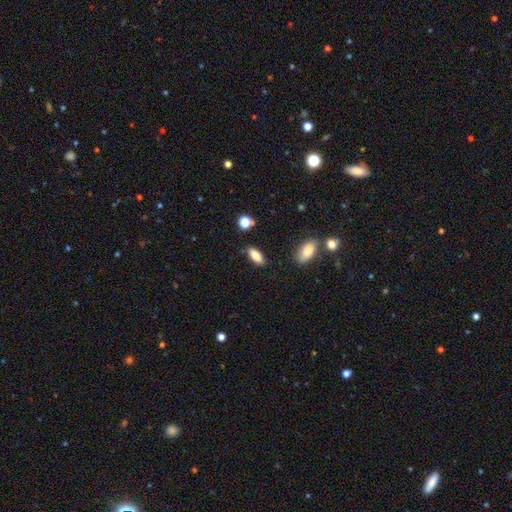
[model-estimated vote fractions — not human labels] Morphology: type=smooth (81%); roundness=in between (75%); merging=none (83%).